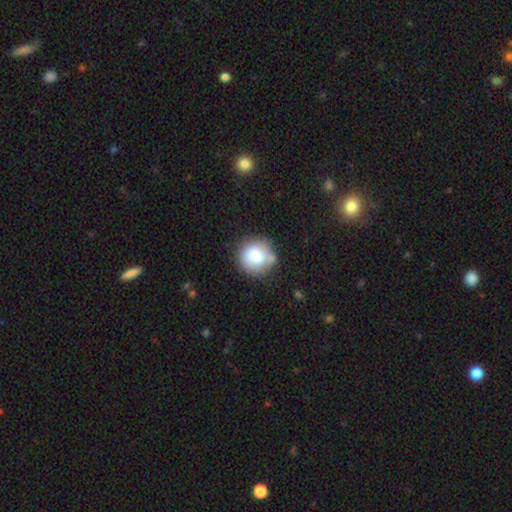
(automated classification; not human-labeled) smooth 74%, featured or disk 18%, star or artifact 8%. Down the decision tree: how rounded — round (88%); merging — none (61%).